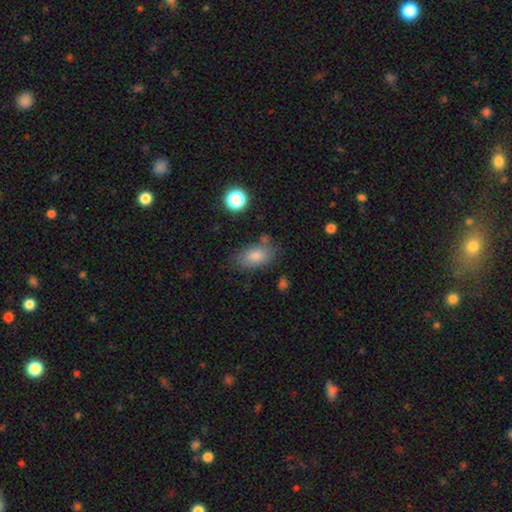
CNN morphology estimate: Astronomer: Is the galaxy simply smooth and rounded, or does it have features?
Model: smooth — 81%.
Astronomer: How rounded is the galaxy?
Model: in between — 89%.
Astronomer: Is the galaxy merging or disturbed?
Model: none — 72%.